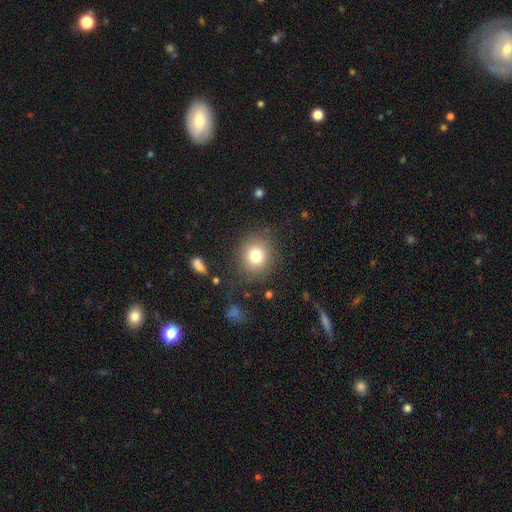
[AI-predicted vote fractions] smooth-or-featured: smooth: 78% | star or artifact: 12% | featured or disk: 10%
  how-rounded: round: 84% | in between: 15% | cigar-shaped: 1%
  merging: none: 83% | minor disturbance: 10% | major disturbance: 5% | merger: 2%